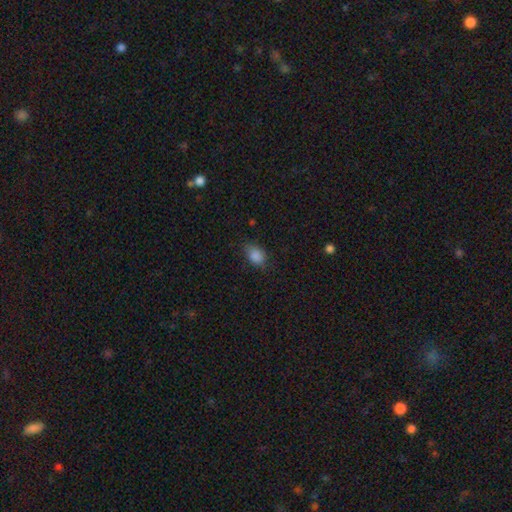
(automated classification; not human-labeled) Morphology: type=smooth (86%); roundness=in between (74%); merging=none (72%).